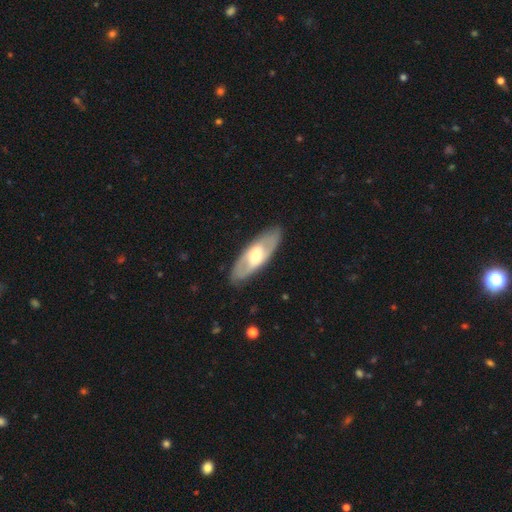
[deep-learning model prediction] Smooth or featured?
  - featured or disk: 59% *
  - smooth: 37%
  - star or artifact: 5%
Edge-on disk?
  - no: 77% *
  - yes: 23%
Merging?
  - none: 86% *
  - minor disturbance: 10%
  - major disturbance: 3%
  - merger: 1%